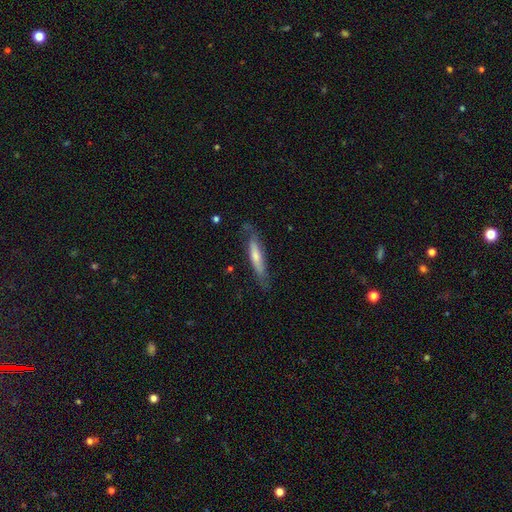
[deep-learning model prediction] smooth-or-featured: smooth: 47% (tied) | featured or disk: 47% (tied) | star or artifact: 6%
  merging: none: 73% | minor disturbance: 19% | major disturbance: 5% | merger: 2%